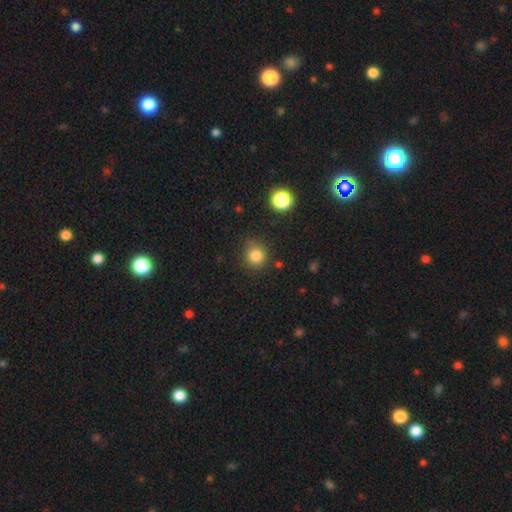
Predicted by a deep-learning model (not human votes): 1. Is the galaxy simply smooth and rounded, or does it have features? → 82% smooth, 13% star or artifact, 5% featured or disk.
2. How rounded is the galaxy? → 90% round, 9% in between, 1% cigar-shaped.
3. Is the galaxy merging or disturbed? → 81% none, 12% minor disturbance, 4% major disturbance, 3% merger.